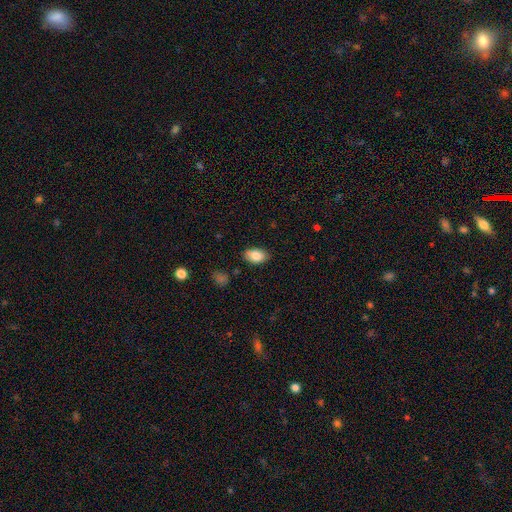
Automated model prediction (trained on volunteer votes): Smooth or featured: smooth — 85% (featured or disk — 8%)
How rounded: in between — 91% (round — 7%)
Merging: none — 84% (minor disturbance — 12%)